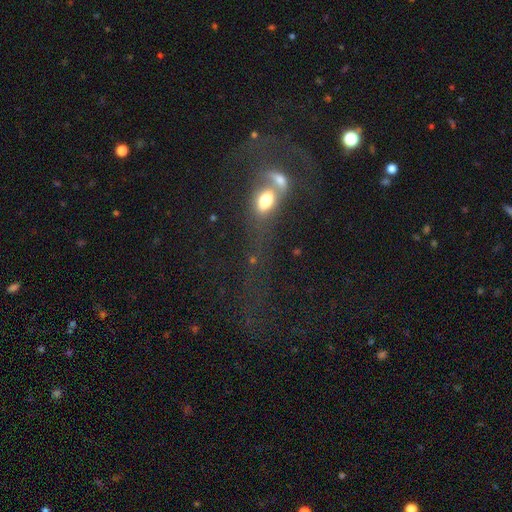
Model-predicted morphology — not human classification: A smooth galaxy with no disk features (36%).

Vote fractions:
- Smooth or featured? smooth: 36% / featured or disk: 33% / star or artifact: 30%
- Merging? merger: 54% / major disturbance: 20% / none: 17% / minor disturbance: 9%